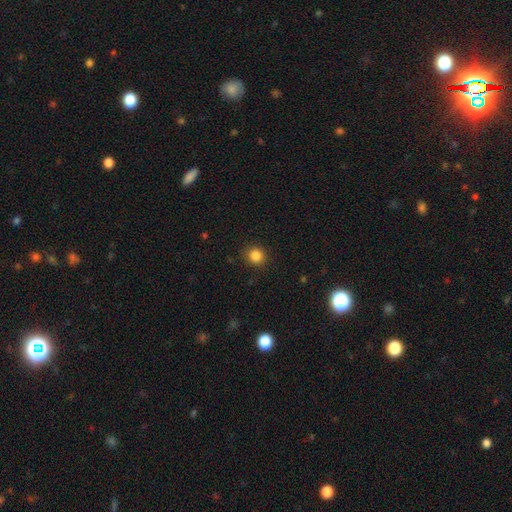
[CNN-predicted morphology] smooth-or-featured: smooth: 85% | star or artifact: 11% | featured or disk: 4%
  how-rounded: round: 87% | in between: 12% | cigar-shaped: 1%
  merging: none: 89% | minor disturbance: 8% | major disturbance: 2% | merger: 1%